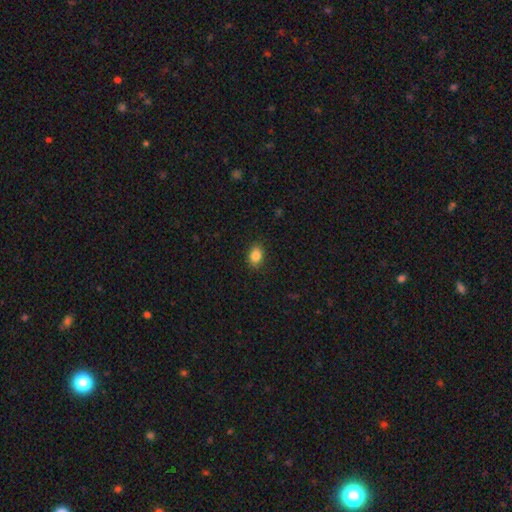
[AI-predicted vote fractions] A smooth galaxy with no disk features (85%) that is in between round and cigar-shaped (70%).

Vote fractions:
- Smooth or featured? smooth: 85% / star or artifact: 9% / featured or disk: 5%
- How rounded? in between: 70% / round: 29% / cigar-shaped: 1%
- Merging? none: 87% / minor disturbance: 10% / major disturbance: 2% / merger: 1%